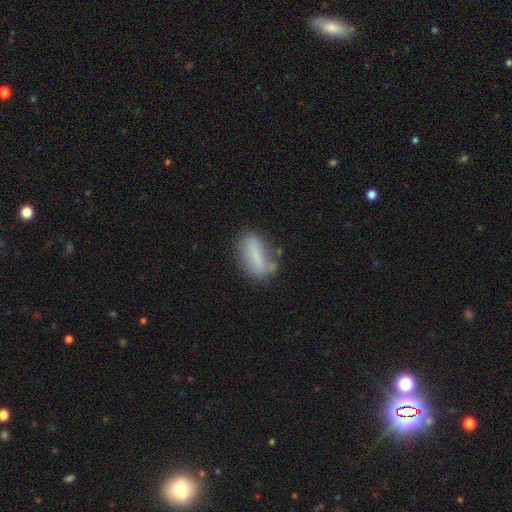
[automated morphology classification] This is likely a smooth galaxy (68%). How rounded: likely in between (63%). Merging: possibly none (54%).